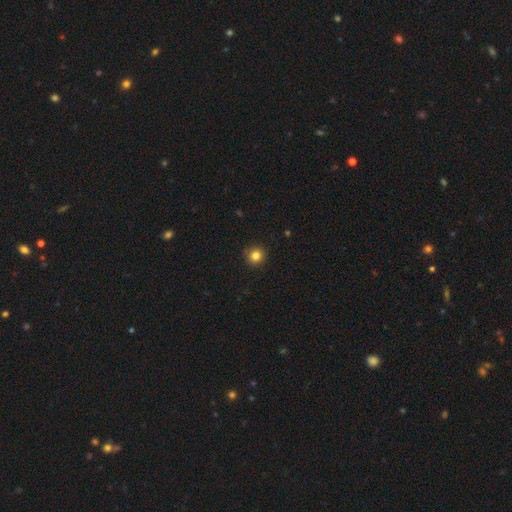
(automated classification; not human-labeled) This appears to be a smooth galaxy with no disk features (83%) that is round (94%). Merging: none (91%).